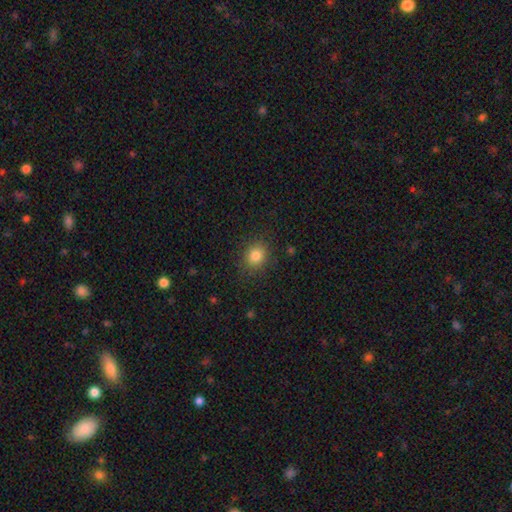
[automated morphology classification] smooth-or-featured: smooth: 82% | star or artifact: 12% | featured or disk: 6%
  how-rounded: round: 71% | in between: 28% | cigar-shaped: 1%
  merging: none: 87% | minor disturbance: 9% | major disturbance: 3% | merger: 1%